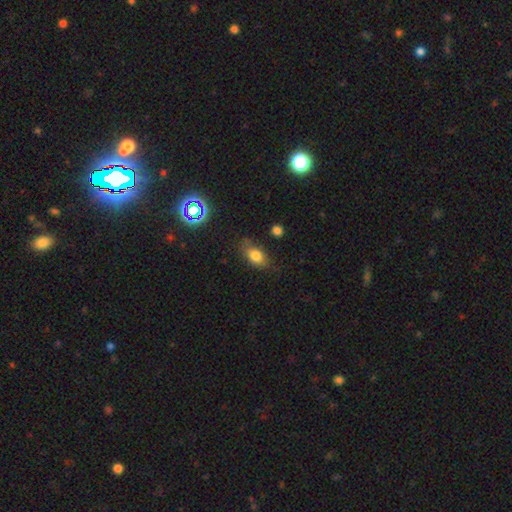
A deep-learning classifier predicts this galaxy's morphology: Smooth or featured? smooth (75%)
How rounded? in between (82%)
Merging? none (72%)